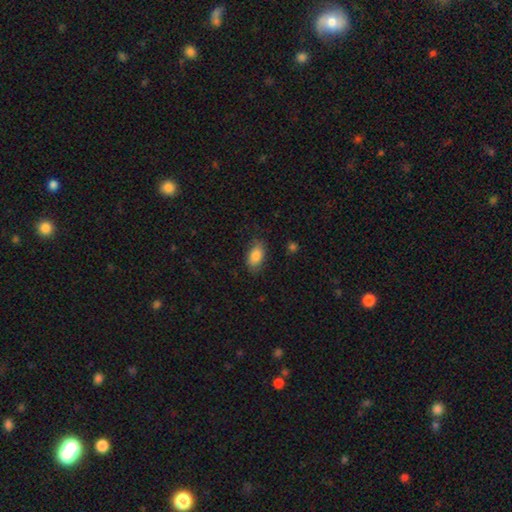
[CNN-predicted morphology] smooth_or_featured: smooth (p=0.84) [alt: featured or disk p=0.09]
how_rounded: in between (p=0.91) [alt: round p=0.05]
merging: none (p=0.79) [alt: minor disturbance p=0.16]